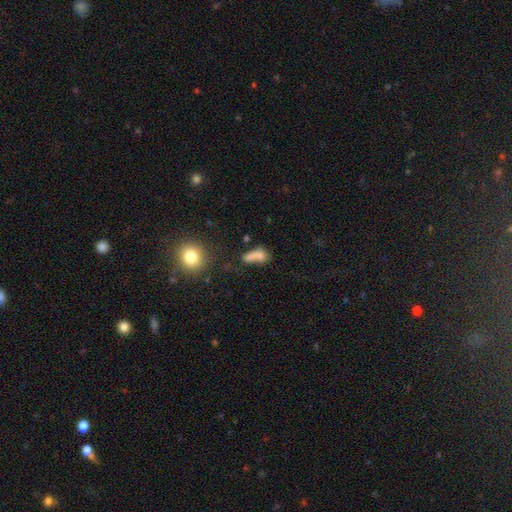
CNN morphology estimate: Q: Smooth or featured?
A: smooth (71%); runner-up: featured or disk (15%)
Q: How rounded?
A: in between (62%); runner-up: round (21%)
Q: Merging?
A: merger (40%); runner-up: none (31%)